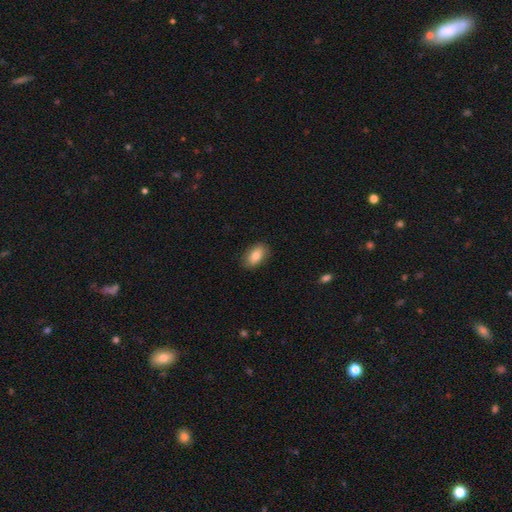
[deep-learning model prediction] This is clearly a smooth galaxy (82%). How rounded: clearly in between (90%). Merging: clearly none (87%).